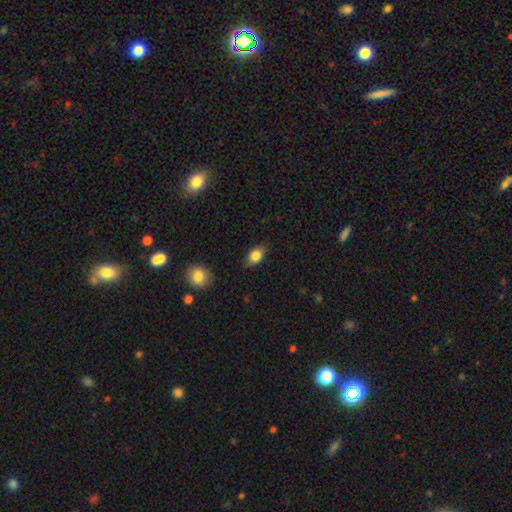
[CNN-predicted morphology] A smooth galaxy with no disk features (82%) that is in between round and cigar-shaped (85%).

Vote fractions:
- Smooth or featured? smooth: 82% / featured or disk: 10% / star or artifact: 8%
- How rounded? in between: 85% / round: 11% / cigar-shaped: 4%
- Merging? none: 84% / minor disturbance: 12% / major disturbance: 3% / merger: 1%